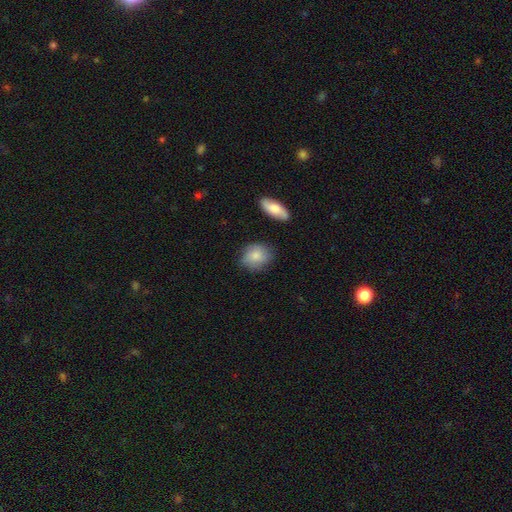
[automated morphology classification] Smooth or featured? Predicted: smooth (p=0.80). How rounded? Predicted: round (p=0.54). Merging? Predicted: none (p=0.73).